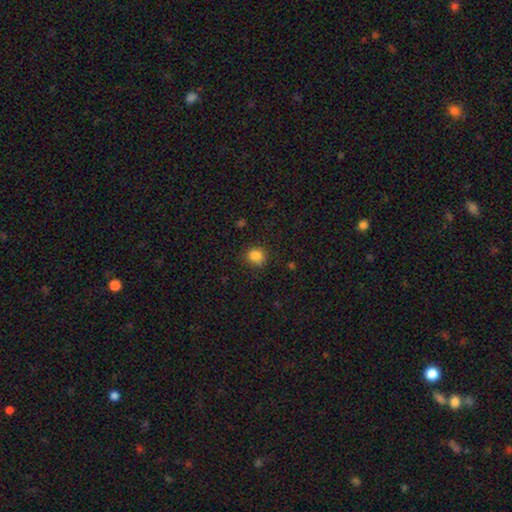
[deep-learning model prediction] This appears to be a smooth galaxy with no disk features (85%) that is round (75%). Merging: none (79%).